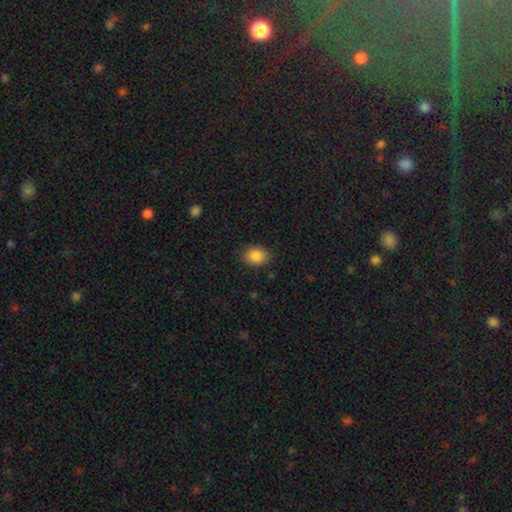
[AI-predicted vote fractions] Morphology: type=smooth (88%); roundness=in between (64%); merging=none (86%).